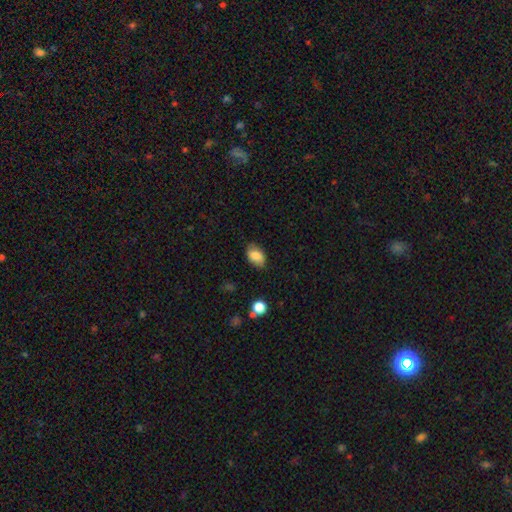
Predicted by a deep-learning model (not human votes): The model was most divided on "merging": none: 78%, minor disturbance: 17%, major disturbance: 3%, merger: 1%. More confident: how rounded — in between (88%); smooth or featured — smooth (77%).